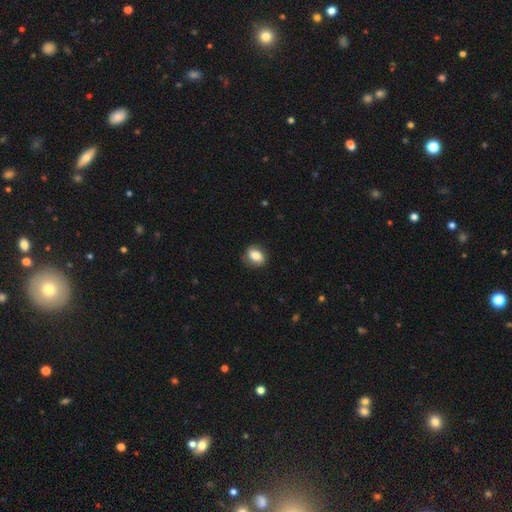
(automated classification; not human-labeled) Q: Smooth or featured?
A: smooth (74%); runner-up: featured or disk (18%)
Q: How rounded?
A: in between (65%); runner-up: round (33%)
Q: Merging?
A: none (80%); runner-up: minor disturbance (15%)